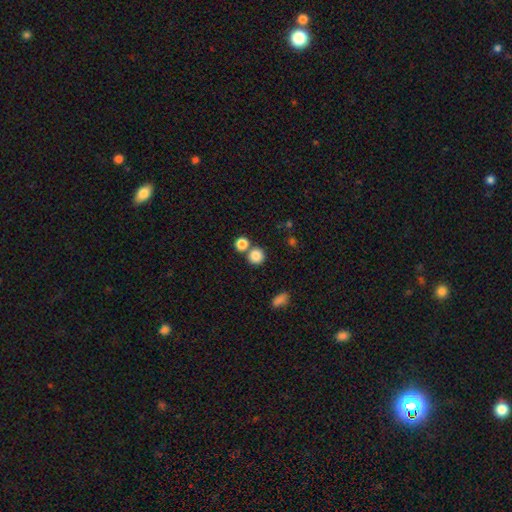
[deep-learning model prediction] A smooth galaxy with no disk features (84%) that is round (90%).

Vote fractions:
- Smooth or featured? smooth: 84% / star or artifact: 11% / featured or disk: 5%
- How rounded? round: 90% / in between: 9% / cigar-shaped: 1%
- Merging? none: 67% / merger: 23% / minor disturbance: 7% / major disturbance: 3%